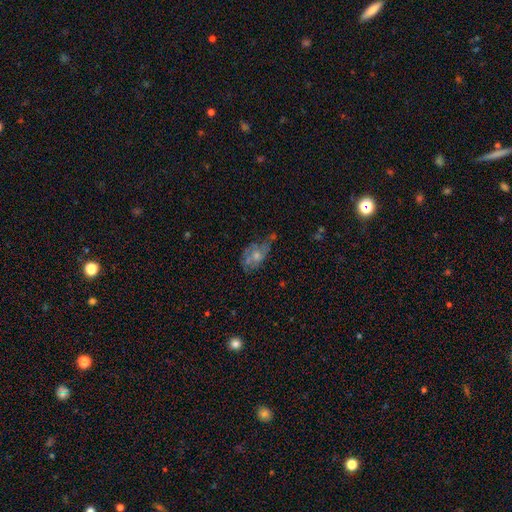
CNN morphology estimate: This appears to be a featured or disk galaxy (47%). Merging: none (36%).